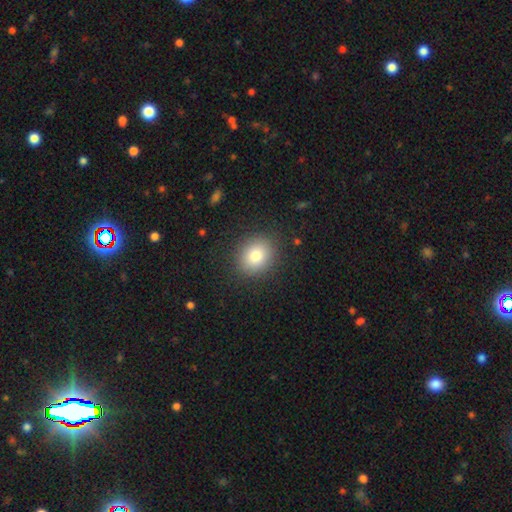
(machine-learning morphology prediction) smooth_or_featured: smooth (p=0.81) [alt: star or artifact p=0.10]
how_rounded: round (p=0.66) [alt: in between p=0.33]
merging: none (p=0.88) [alt: minor disturbance p=0.08]